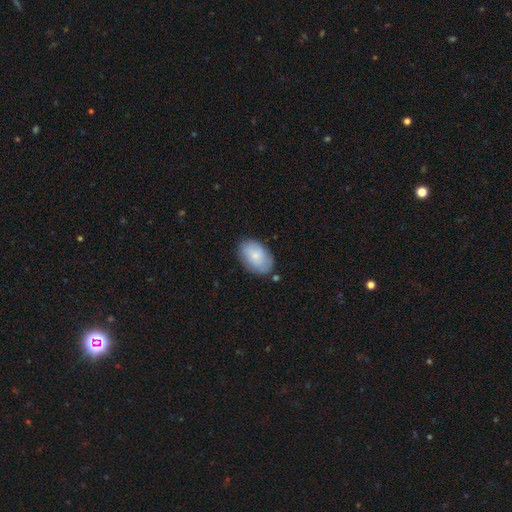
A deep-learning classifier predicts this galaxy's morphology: Q: Smooth or featured?
A: smooth (80%); runner-up: featured or disk (14%)
Q: How rounded?
A: in between (91%); runner-up: round (8%)
Q: Merging?
A: none (76%); runner-up: minor disturbance (18%)